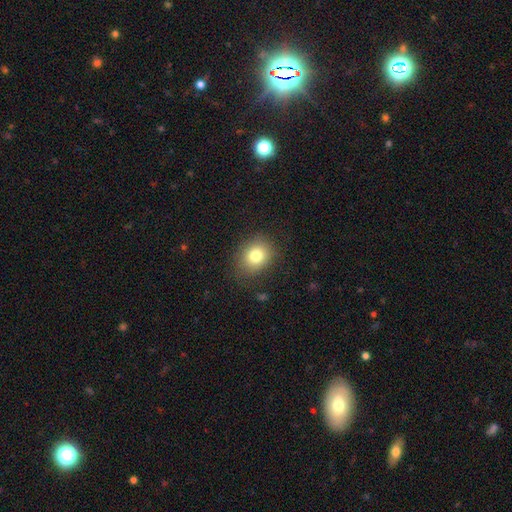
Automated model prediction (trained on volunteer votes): Morphology: type=smooth (79%); roundness=round (59%); merging=none (84%).